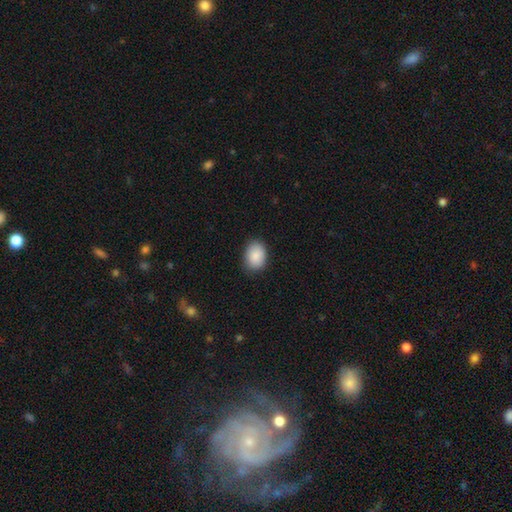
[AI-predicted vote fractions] Smooth or featured? smooth (88%)
How rounded? in between (73%)
Merging? none (86%)